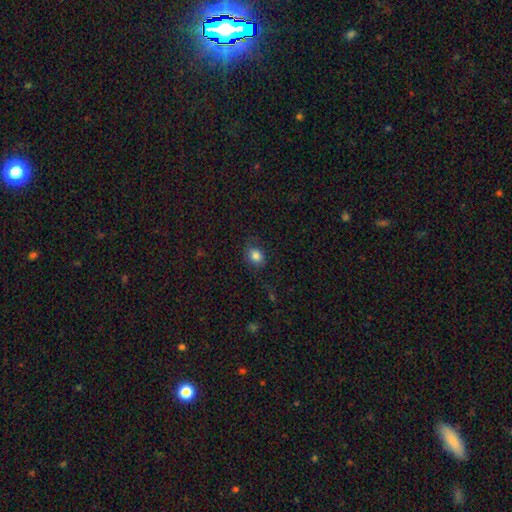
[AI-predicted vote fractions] smooth-or-featured: smooth: 82% | star or artifact: 10% | featured or disk: 7%
  how-rounded: in between: 51% | round: 48% | cigar-shaped: 1%
  merging: none: 75% | minor disturbance: 17% | major disturbance: 7% | merger: 1%